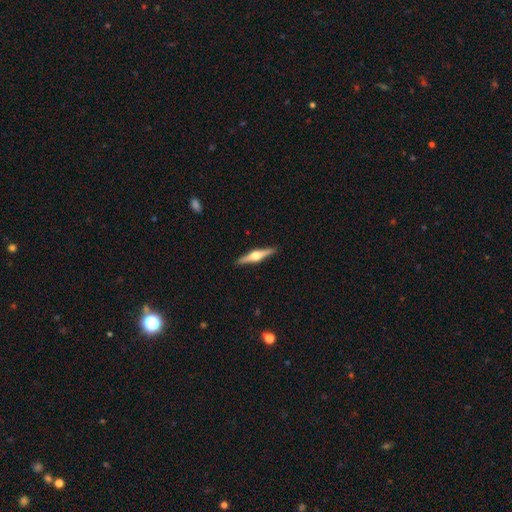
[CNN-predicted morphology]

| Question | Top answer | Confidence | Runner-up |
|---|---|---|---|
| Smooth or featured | featured or disk | 73% | smooth (22%) |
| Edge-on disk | yes | 98% | no (2%) |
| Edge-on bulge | rounded | 95% | boxy (3%) |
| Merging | none | 92% | minor disturbance (6%) |